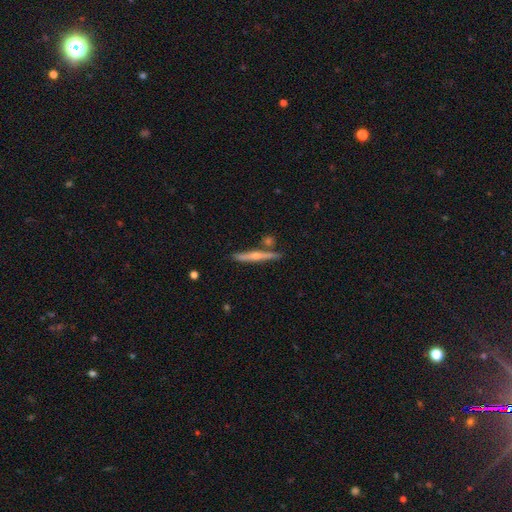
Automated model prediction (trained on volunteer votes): smooth-or-featured: featured or disk: 60% | smooth: 34% | star or artifact: 6%
  disk-edge-on: yes: 97% | no: 3%
    edge-on-bulge: rounded: 76% | none: 19% | boxy: 5%
  merging: none: 80% | minor disturbance: 10% | merger: 8% | major disturbance: 2%